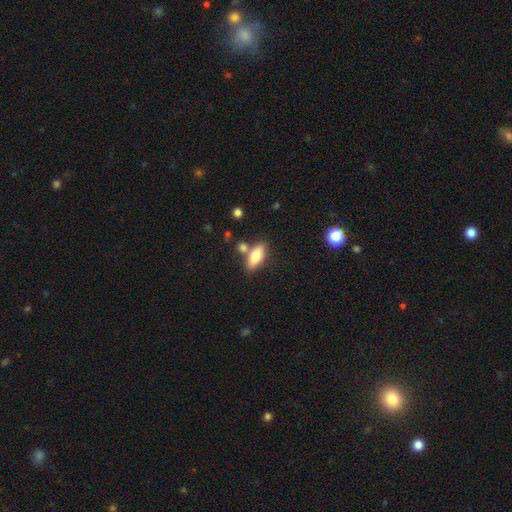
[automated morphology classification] A smooth galaxy with no disk features (76%) that is in between round and cigar-shaped (74%). Merging: none (69%).